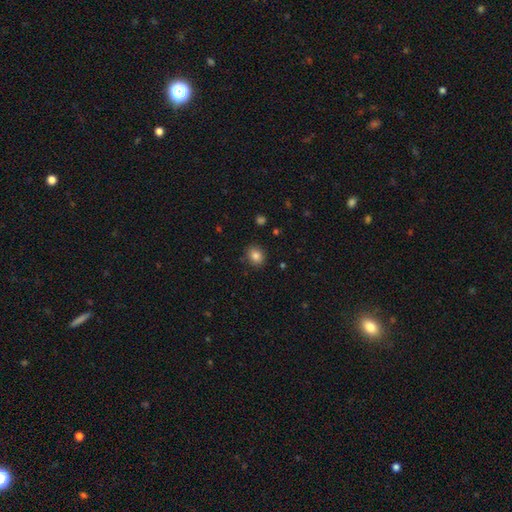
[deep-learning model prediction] Smooth or featured?
  - smooth: 84% *
  - star or artifact: 10%
  - featured or disk: 6%
How rounded?
  - round: 63% *
  - in between: 36%
  - cigar-shaped: 1%
Merging?
  - none: 87% *
  - minor disturbance: 9%
  - major disturbance: 2%
  - merger: 1%